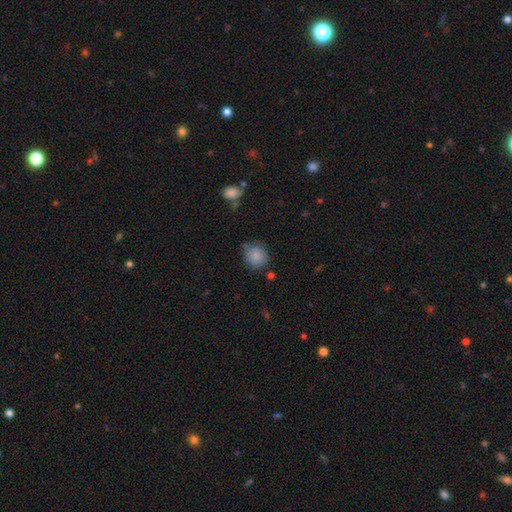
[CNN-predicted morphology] A smooth galaxy with no disk features (84%) that is round (85%).

Vote fractions:
- Smooth or featured? smooth: 84% / star or artifact: 9% / featured or disk: 7%
- How rounded? round: 85% / in between: 14% / cigar-shaped: 1%
- Merging? none: 69% / minor disturbance: 20% / major disturbance: 5% / merger: 5%